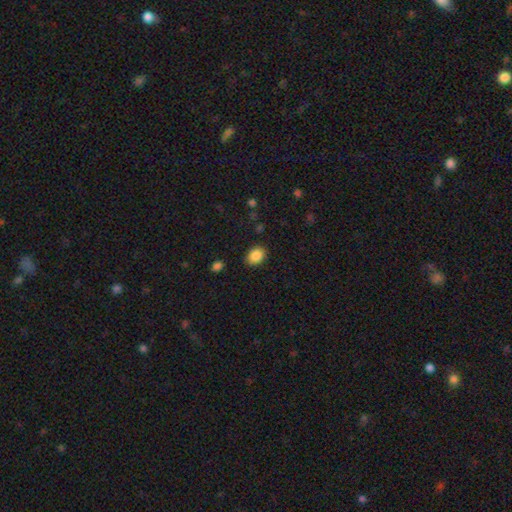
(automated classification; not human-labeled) Smooth or featured? Predicted: smooth (p=0.87). How rounded? Predicted: in between (p=0.70). Merging? Predicted: none (p=0.86).